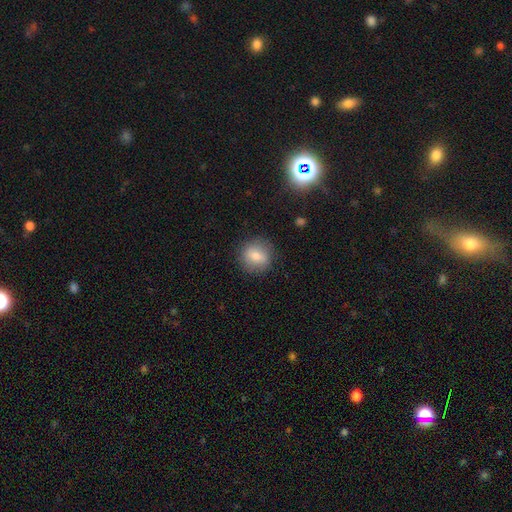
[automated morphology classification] Q: Smooth or featured?
A: smooth (74%); runner-up: featured or disk (17%)
Q: How rounded?
A: round (84%); runner-up: in between (15%)
Q: Merging?
A: none (85%); runner-up: minor disturbance (11%)